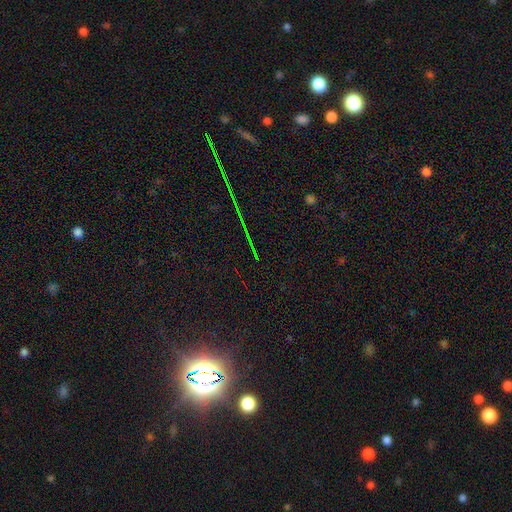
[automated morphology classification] Smooth or featured: star or artifact — 83% (smooth — 10%)